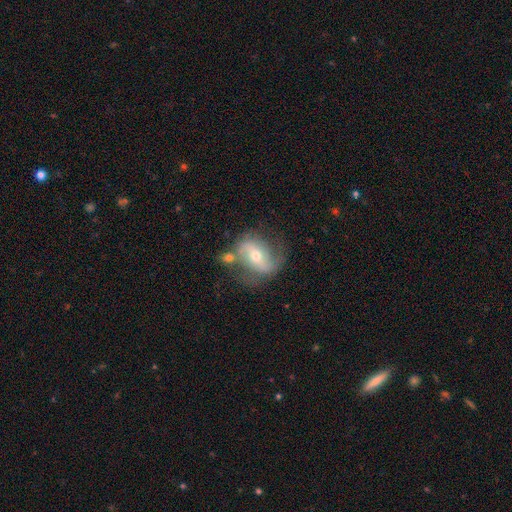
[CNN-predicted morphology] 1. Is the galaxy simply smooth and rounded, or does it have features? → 73% featured or disk, 20% smooth, 7% star or artifact.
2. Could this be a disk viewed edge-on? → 94% no, 6% yes.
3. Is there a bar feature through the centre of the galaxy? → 39% strong, 32% weak, 29% no.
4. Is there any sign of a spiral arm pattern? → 84% yes, 16% no.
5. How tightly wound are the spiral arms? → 55% loose, 33% medium, 12% tight.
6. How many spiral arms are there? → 84% 2, 7% can't tell, 5% 1, 1% 3, 1% 4, 1% more than 4.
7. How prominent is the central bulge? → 53% moderate, 43% small, 2% large, 1% none, 1% dominant.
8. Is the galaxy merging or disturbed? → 56% none, 21% minor disturbance, 13% major disturbance, 11% merger.